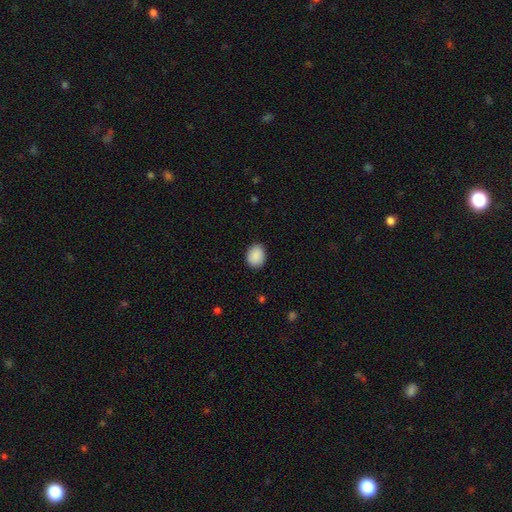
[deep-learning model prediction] Overall: smooth (90%). How rounded: in between (50%; round 49%). Merging: none (88%).